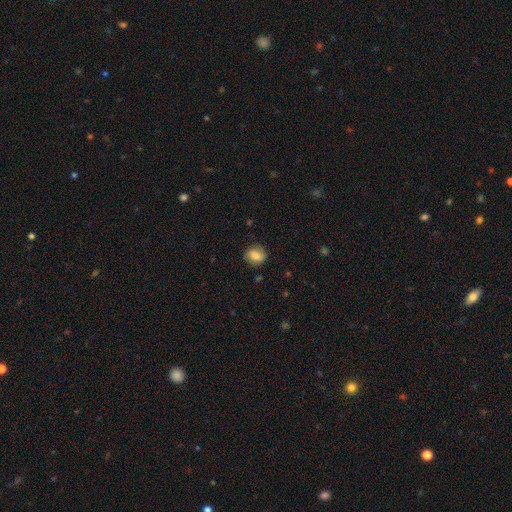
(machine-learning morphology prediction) smooth 77%, featured or disk 15%, star or artifact 9%. Down the decision tree: how rounded — round (67%); merging — none (80%).